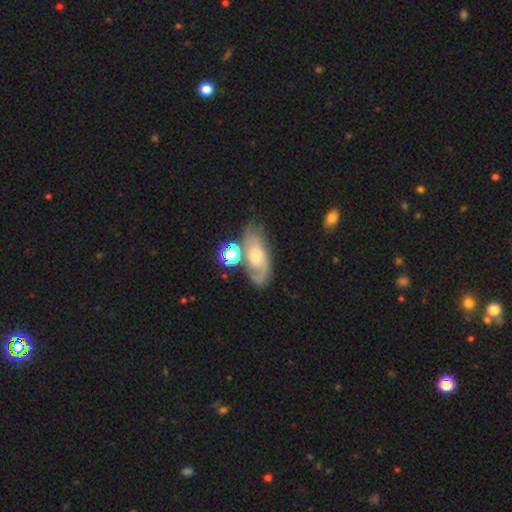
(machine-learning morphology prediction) A featured or disk galaxy (66%) with no bar (73%), 2 (49%) medium (41%) spiral arms (85%) and a small central bulge (50%).

Vote fractions:
- Smooth or featured? featured or disk: 66% / smooth: 24% / star or artifact: 10%
- Edge-on disk? no: 90% / yes: 10%
- Bar? no: 73% / weak: 23% / strong: 4%
- Spiral arms? yes: 85% / no: 15%
- Spiral winding? medium: 41% / tight: 35% / loose: 24%
- Spiral arm count? 2: 49% / 1: 25% / can't tell: 20% / 3: 3% / 4: 1% / more than 4: 1%
- Bulge size? small: 50% / moderate: 42% / large: 4% / none: 3% / dominant: 1%
- Merging? none: 54% / minor disturbance: 20% / merger: 14% / major disturbance: 12%